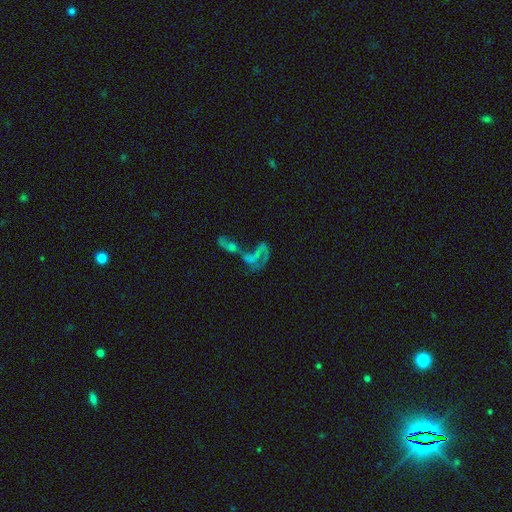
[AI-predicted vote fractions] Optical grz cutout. It shows a featured or disk galaxy (52%). Merging: merger (63%).